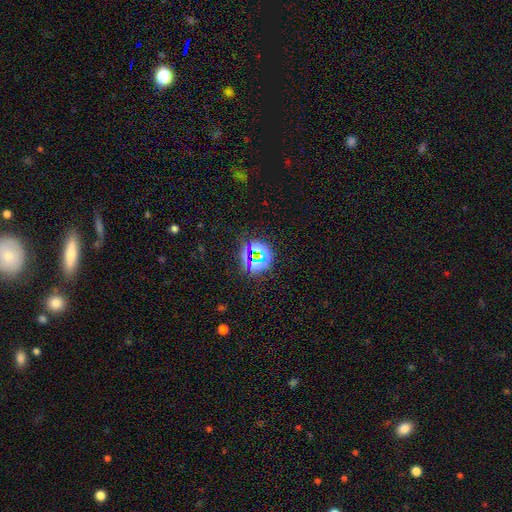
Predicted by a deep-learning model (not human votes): A star or artifact, not a galaxy (69%).

Vote fractions:
- Smooth or featured? star or artifact: 69% / smooth: 19% / featured or disk: 12%